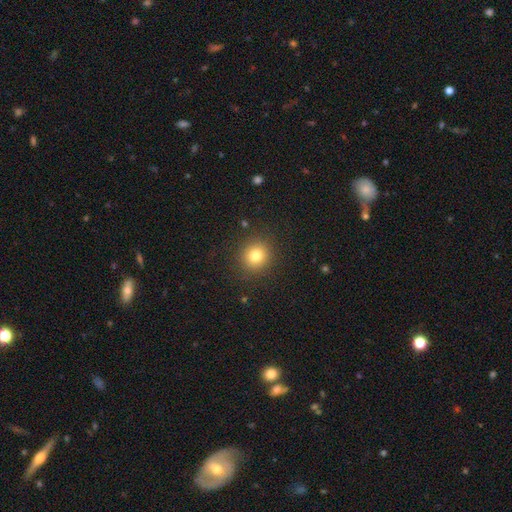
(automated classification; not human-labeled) The model was most divided on "smooth or featured": smooth: 79%, star or artifact: 13%, featured or disk: 8%. More confident: merging — none (89%); how rounded — round (87%).